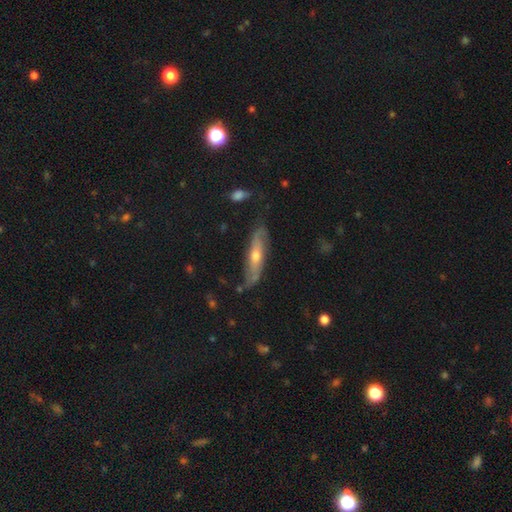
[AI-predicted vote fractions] Smooth or featured?
  - featured or disk: 67% *
  - smooth: 24%
  - star or artifact: 8%
Edge-on disk?
  - no: 52% *
  - yes: 48%
Merging?
  - none: 71% *
  - minor disturbance: 21%
  - major disturbance: 7%
  - merger: 2%